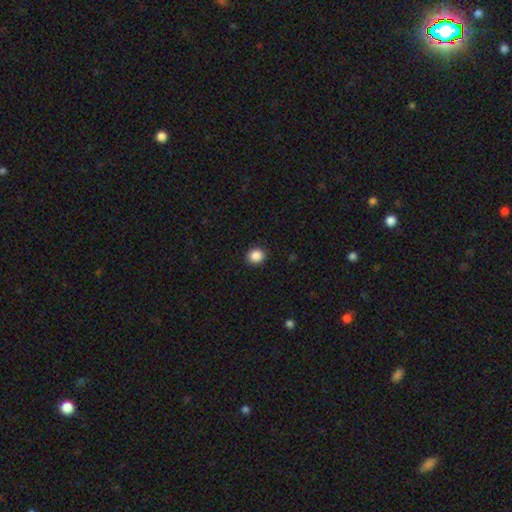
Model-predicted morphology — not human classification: The model was most divided on "how rounded": round: 82%, in between: 17%, cigar-shaped: 1%. More confident: merging — none (92%); smooth or featured — smooth (87%).